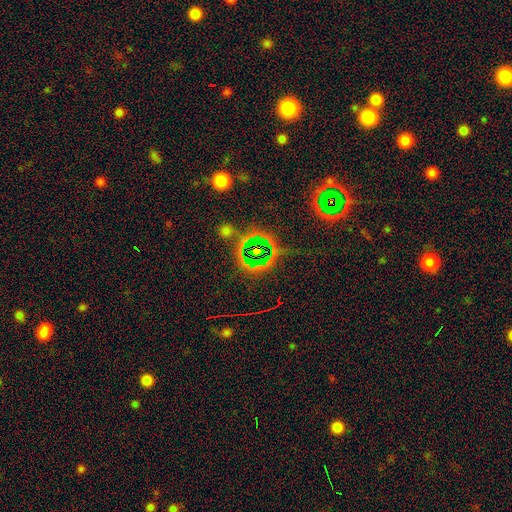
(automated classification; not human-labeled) smooth_or_featured: star or artifact (p=0.76) [alt: smooth p=0.13]